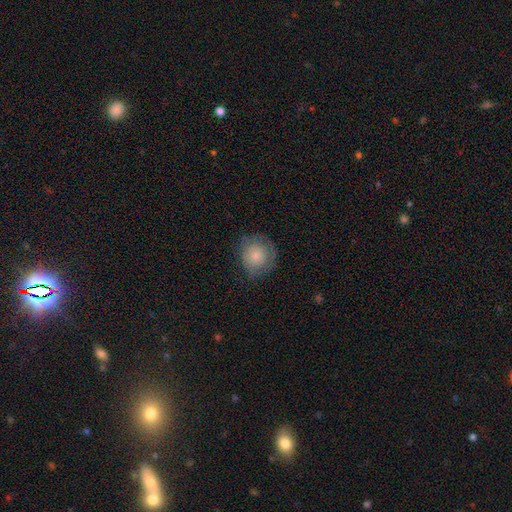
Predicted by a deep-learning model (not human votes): This is likely a smooth galaxy (74%). How rounded: clearly round (86%). Merging: likely none (69%).